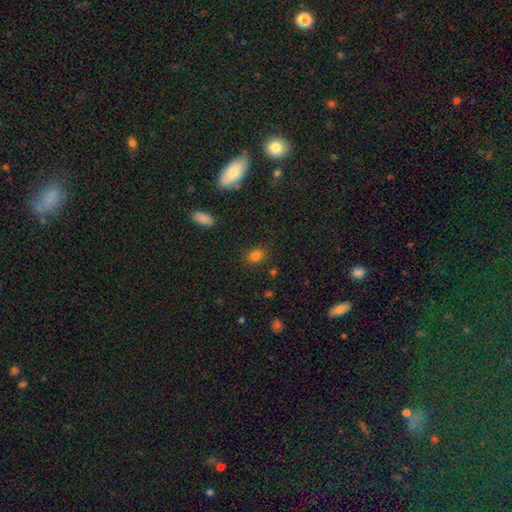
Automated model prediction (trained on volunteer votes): A smooth galaxy with no disk features (77%) that is in between round and cigar-shaped (63%). Merging: none (83%).